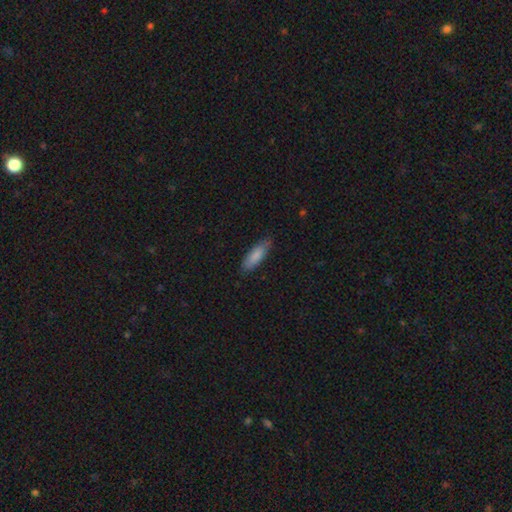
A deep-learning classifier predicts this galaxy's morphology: smooth-or-featured: smooth: 84% | featured or disk: 11% | star or artifact: 5%
  how-rounded: in between: 53% | cigar-shaped: 45% | round: 1%
  merging: none: 83% | minor disturbance: 13% | major disturbance: 2% | merger: 1%